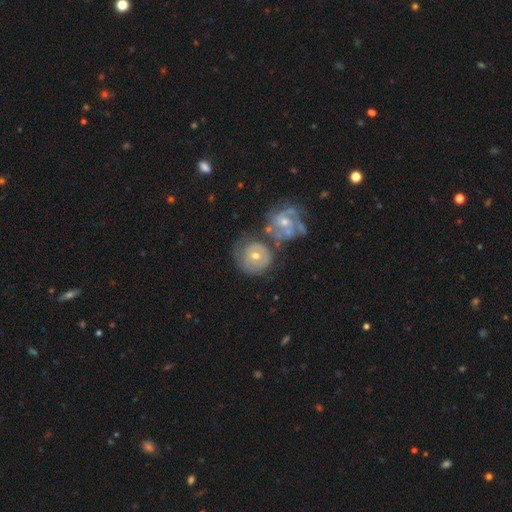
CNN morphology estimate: Overall: featured or disk (63%; smooth 29%). Edge-on disk: no (96%). Bar: no (74%). Spiral arms: yes (71%). Bulge size: moderate (57%; small 38%). Merging: none (50%; merger 24%).